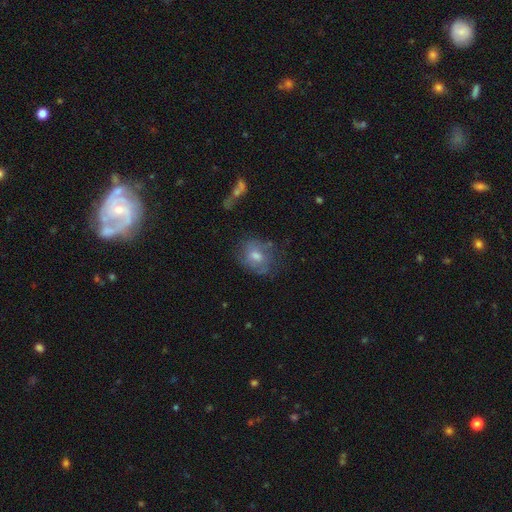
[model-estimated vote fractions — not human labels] This appears to be a smooth galaxy with no disk features (46%). Merging: none (62%).